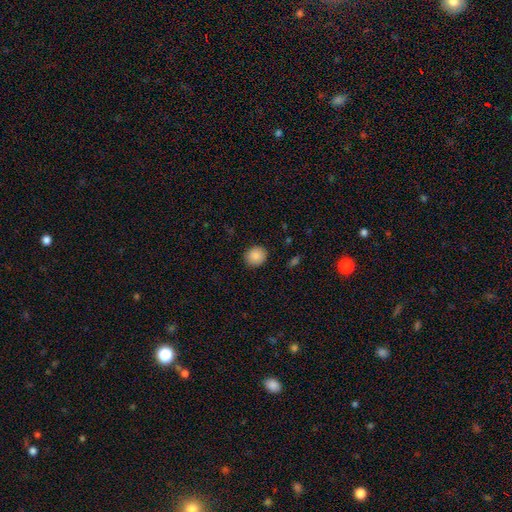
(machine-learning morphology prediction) type=smooth (89%); roundness=round (84%); merging=none (90%).